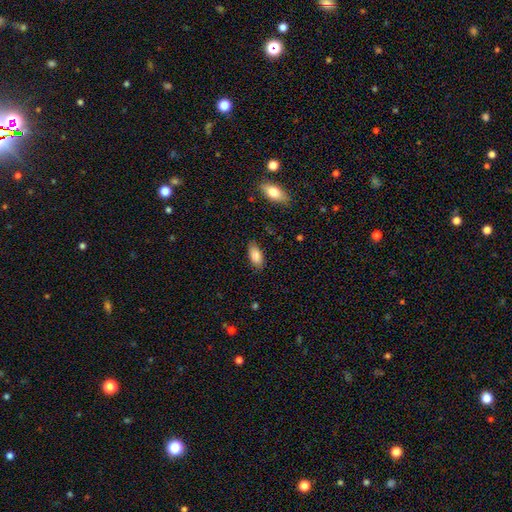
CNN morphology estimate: The model was most divided on "merging": none: 83%, minor disturbance: 13%, major disturbance: 3%, merger: 1%. More confident: how rounded — in between (91%); smooth or featured — smooth (86%).